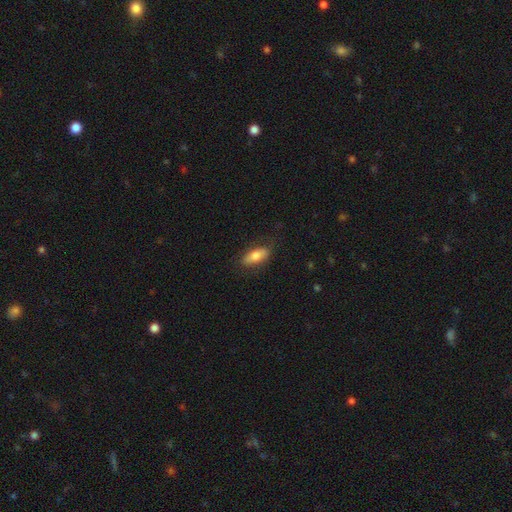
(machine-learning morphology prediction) This is likely a smooth galaxy (74%). How rounded: likely in between (79%). Merging: likely none (80%).